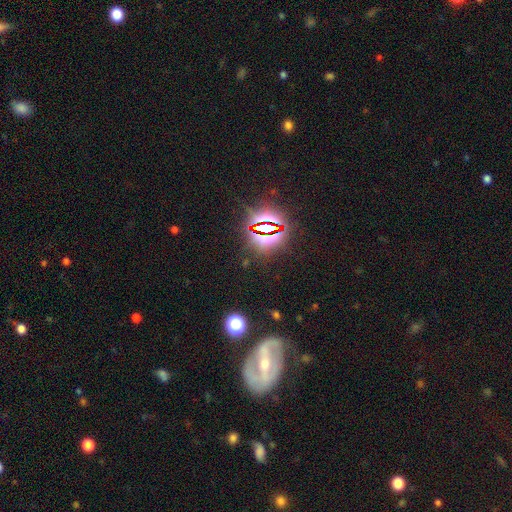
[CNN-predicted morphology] smooth_or_featured: star or artifact (p=0.59) [alt: featured or disk p=0.26]